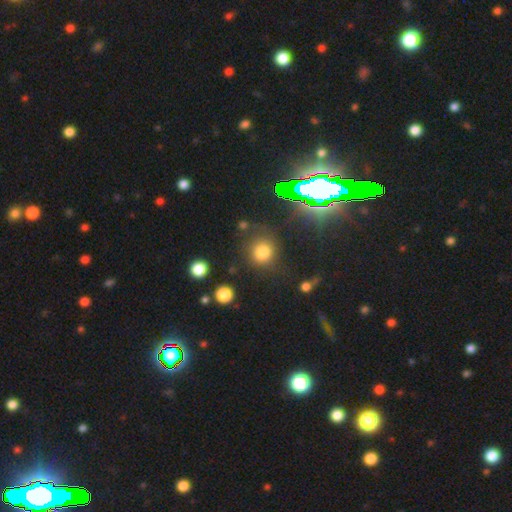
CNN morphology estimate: This is possibly a smooth galaxy (50%). How rounded: clearly round (90%). Merging: clearly none (87%).